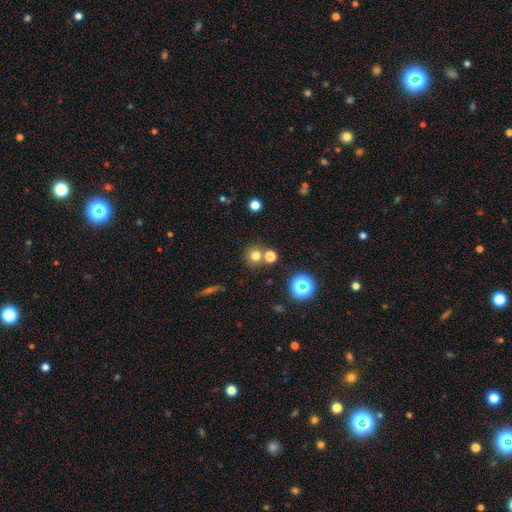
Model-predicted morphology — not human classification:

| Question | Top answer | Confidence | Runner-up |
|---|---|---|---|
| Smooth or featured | smooth | 71% | star or artifact (21%) |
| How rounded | round | 92% | in between (7%) |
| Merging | none | 70% | merger (20%) |